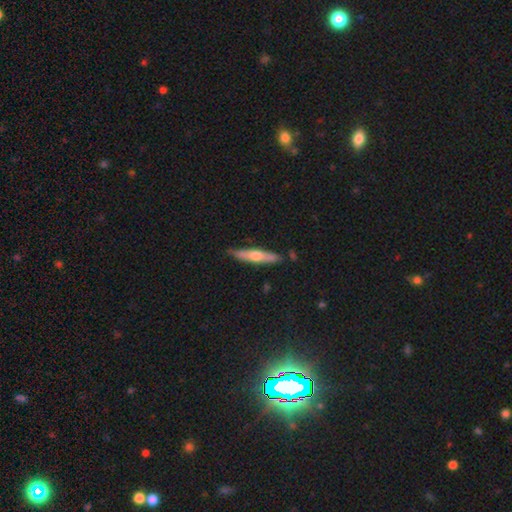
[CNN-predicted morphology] smooth_or_featured: featured or disk (p=0.48) [alt: smooth p=0.47]
merging: none (p=0.82) [alt: minor disturbance p=0.13]